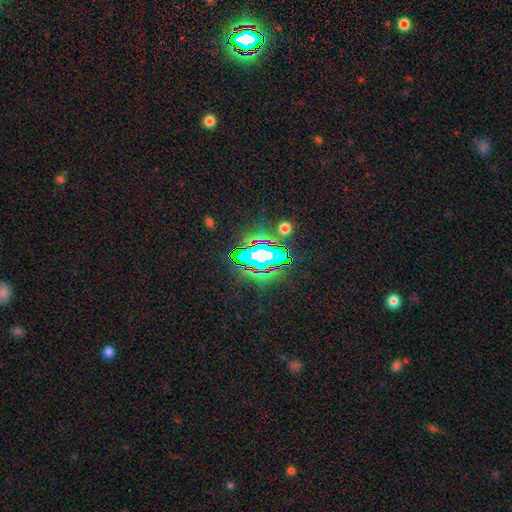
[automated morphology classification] A star or artifact, not a galaxy (67%).

Vote fractions:
- Smooth or featured? star or artifact: 67% / featured or disk: 17% / smooth: 16%